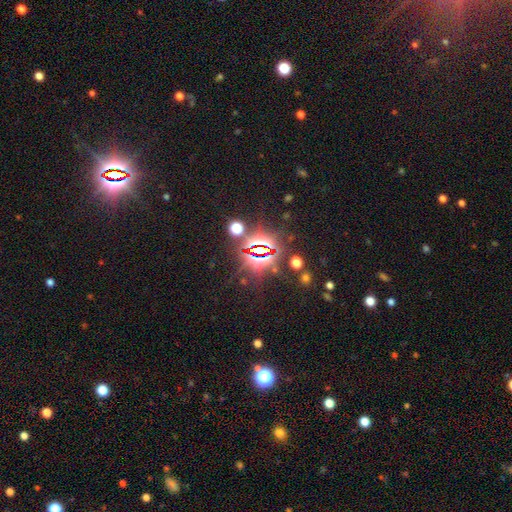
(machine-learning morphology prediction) A star or artifact, not a galaxy (81%).

Vote fractions:
- Smooth or featured? star or artifact: 81% / smooth: 10% / featured or disk: 8%